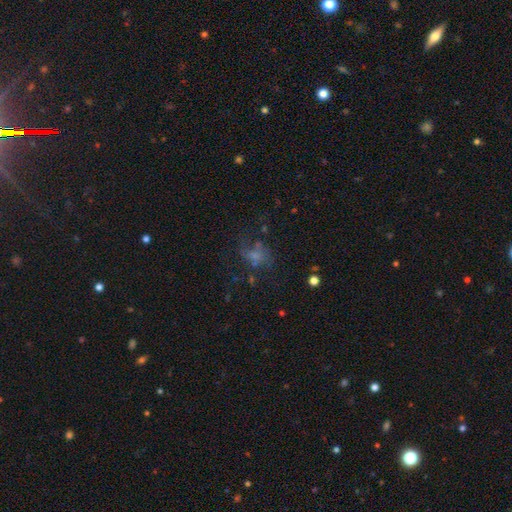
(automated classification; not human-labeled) A smooth galaxy with no disk features (48%). Merging: none (37%).